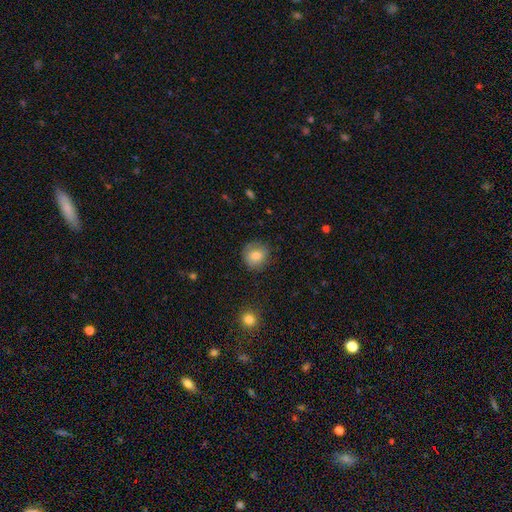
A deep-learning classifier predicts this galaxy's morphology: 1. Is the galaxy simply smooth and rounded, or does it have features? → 78% smooth, 14% featured or disk, 9% star or artifact.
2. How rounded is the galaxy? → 85% round, 14% in between, 1% cigar-shaped.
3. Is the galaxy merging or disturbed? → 75% none, 18% minor disturbance, 6% major disturbance, 1% merger.